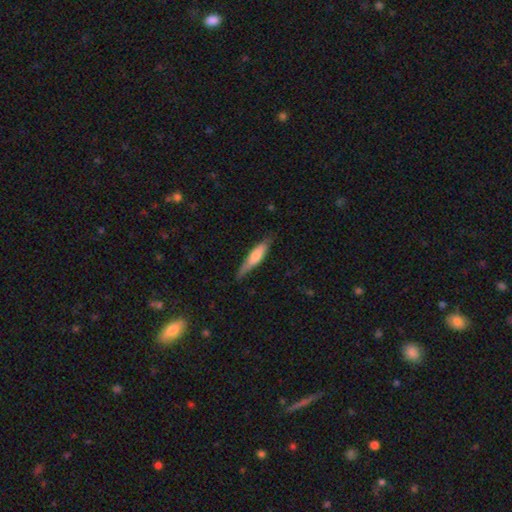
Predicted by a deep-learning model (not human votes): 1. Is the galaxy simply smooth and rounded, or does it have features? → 62% smooth, 32% featured or disk, 5% star or artifact.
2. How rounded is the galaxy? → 78% cigar-shaped, 21% in between, 2% round.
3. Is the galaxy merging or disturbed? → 71% none, 23% minor disturbance, 4% major disturbance, 1% merger.